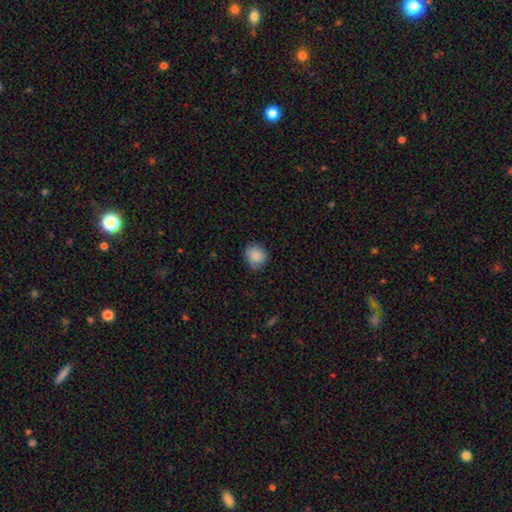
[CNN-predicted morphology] A smooth galaxy with no disk features (87%) that is round (80%). Merging: none (79%).